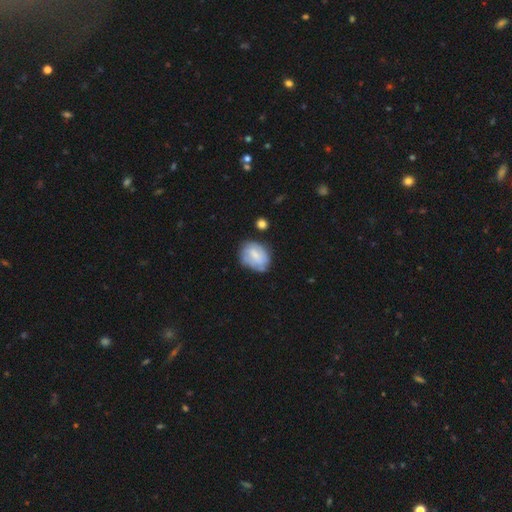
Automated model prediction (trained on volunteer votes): This is possibly a smooth galaxy (58%). How rounded: likely in between (66%). Merging: possibly none (58%).